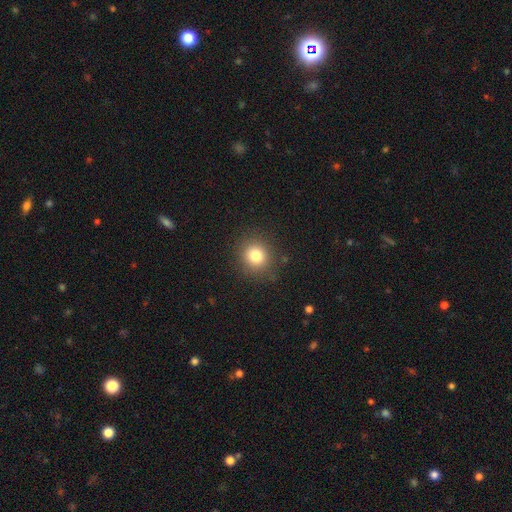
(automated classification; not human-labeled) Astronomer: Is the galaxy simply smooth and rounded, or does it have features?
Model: smooth — 80%.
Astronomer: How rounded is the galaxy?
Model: round — 87%.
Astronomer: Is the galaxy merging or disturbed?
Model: none — 87%.